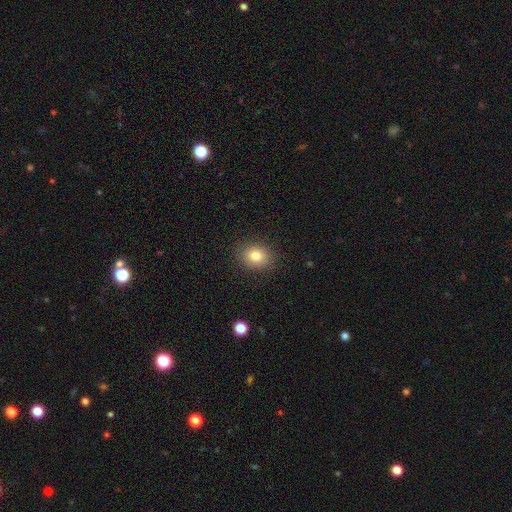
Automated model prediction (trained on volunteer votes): smooth-or-featured: smooth: 80% | star or artifact: 11% | featured or disk: 9%
  how-rounded: round: 57% | in between: 42% | cigar-shaped: 1%
  merging: none: 88% | minor disturbance: 8% | major disturbance: 3% | merger: 1%